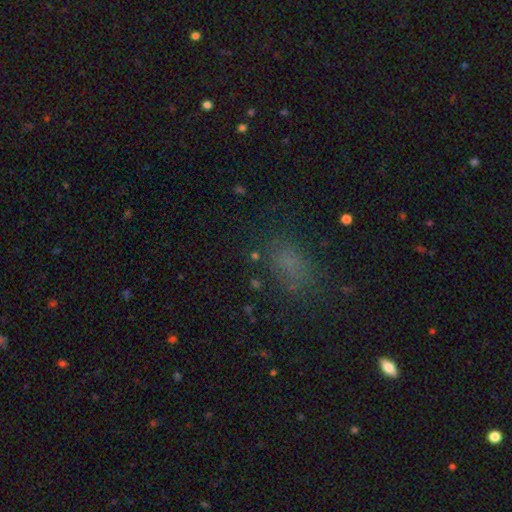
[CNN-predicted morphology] smooth_or_featured: smooth (p=0.62) [alt: star or artifact p=0.25]
how_rounded: in between (p=0.81) [alt: round p=0.15]
merging: none (p=0.63) [alt: minor disturbance p=0.20]